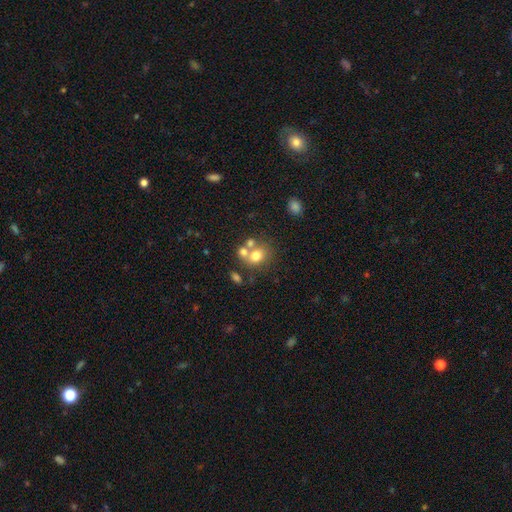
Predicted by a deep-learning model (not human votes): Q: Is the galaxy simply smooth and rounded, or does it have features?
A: smooth — 70%.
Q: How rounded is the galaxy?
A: round — 65%.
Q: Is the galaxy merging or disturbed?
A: none — 43%.